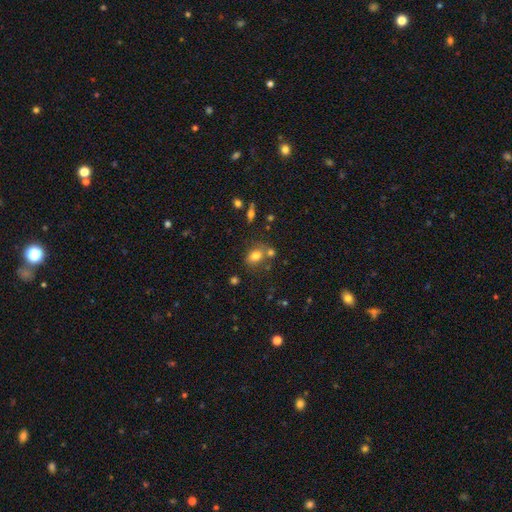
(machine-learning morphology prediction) type=smooth (77%); roundness=in between (58%); merging=none (61%).